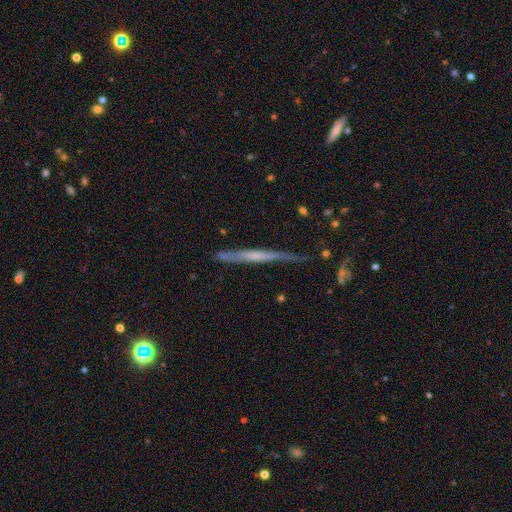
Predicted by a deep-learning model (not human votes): The model was most divided on "smooth or featured": featured or disk: 61%, smooth: 32%, star or artifact: 7%. More confident: edge-on disk — yes (92%); edge-on bulge — none (67%); merging — none (67%).